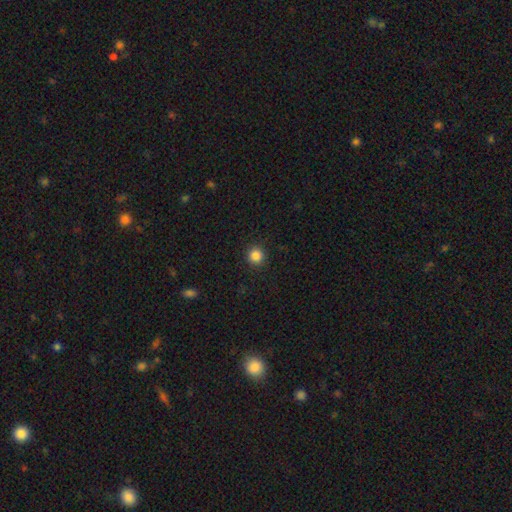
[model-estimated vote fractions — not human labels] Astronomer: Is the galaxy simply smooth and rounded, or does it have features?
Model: smooth — 86%.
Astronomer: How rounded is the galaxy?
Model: round — 94%.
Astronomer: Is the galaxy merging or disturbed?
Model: none — 92%.